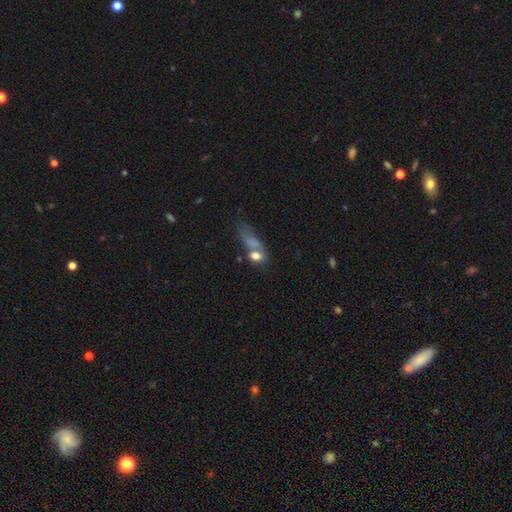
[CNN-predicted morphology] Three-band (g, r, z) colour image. It shows a smooth galaxy with no disk features (68%) that is in between round and cigar-shaped (64%). Merging: merger (42%).